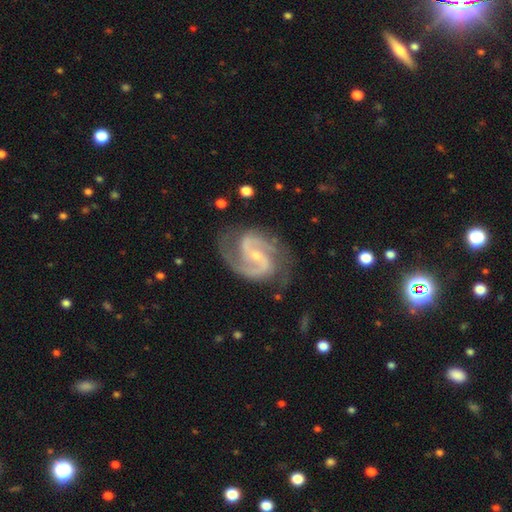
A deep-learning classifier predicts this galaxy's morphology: type=featured or disk (93%); edge-on=no (98%); bar=weak (43%); spiral arms=yes (98%); winding=medium (62%); arm count=2 (90%); bulge=small (72%); merging=none (75%).